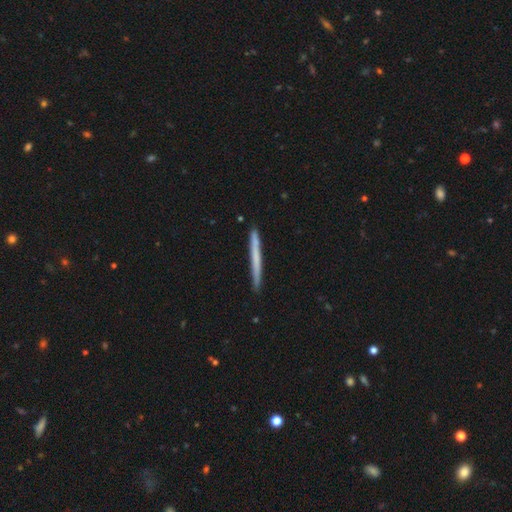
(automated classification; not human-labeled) This appears to be a smooth galaxy with no disk features (56%) that is cigar-shaped (97%). Merging: none (91%).